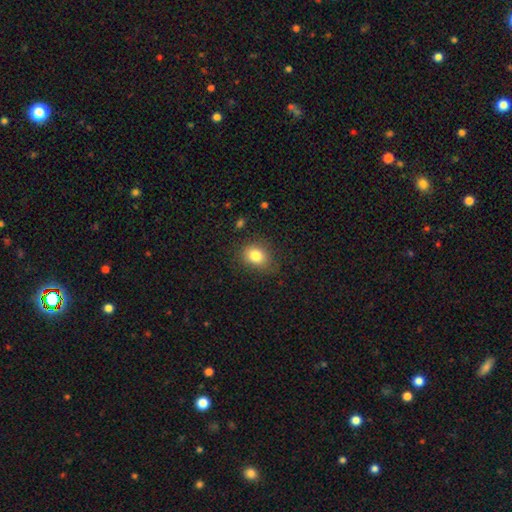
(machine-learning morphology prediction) smooth 82%, star or artifact 10%, featured or disk 8%. Down the decision tree: how rounded — in between (50%); merging — none (77%).